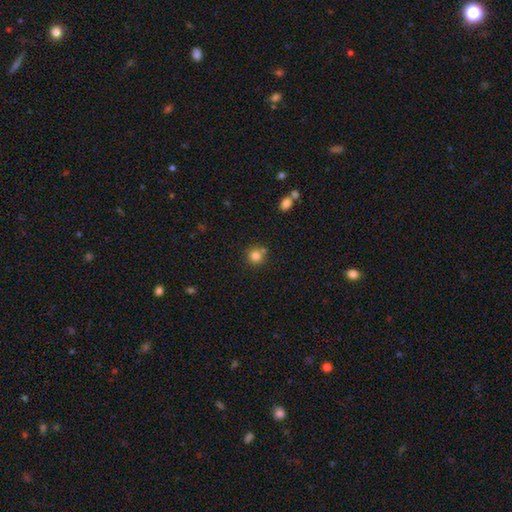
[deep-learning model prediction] Smooth or featured? Predicted: smooth (p=0.82). How rounded? Predicted: round (p=0.92). Merging? Predicted: none (p=0.73).